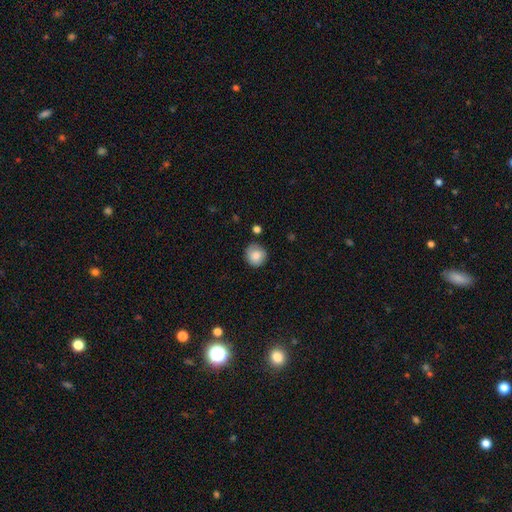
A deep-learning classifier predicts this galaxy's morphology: smooth_or_featured: smooth (p=0.82) [alt: featured or disk p=0.10]
how_rounded: round (p=0.89) [alt: in between p=0.10]
merging: none (p=0.79) [alt: minor disturbance p=0.15]